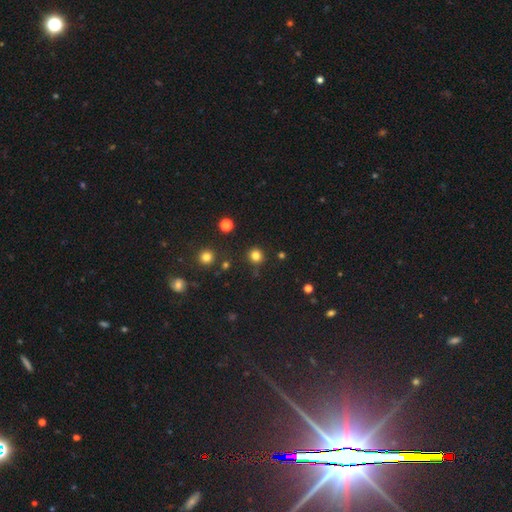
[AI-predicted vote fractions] Smooth or featured? Predicted: smooth (p=0.80). How rounded? Predicted: round (p=0.93). Merging? Predicted: none (p=0.87).